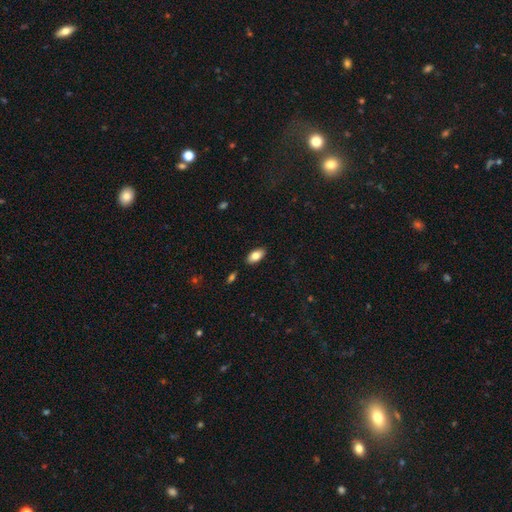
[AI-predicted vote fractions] A smooth galaxy with no disk features (80%) that is in between round and cigar-shaped (92%). Merging: none (88%).